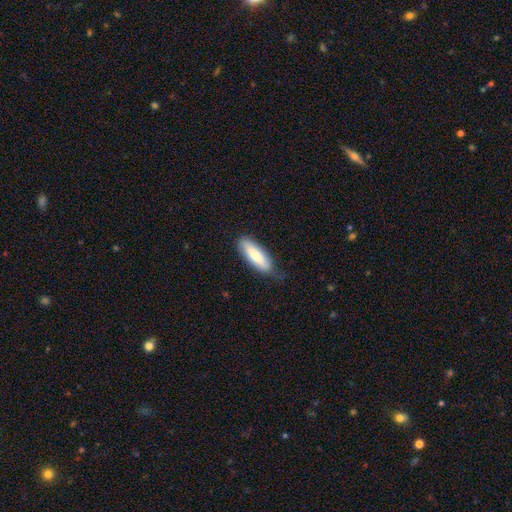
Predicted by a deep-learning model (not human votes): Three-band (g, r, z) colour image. It shows a smooth galaxy with no disk features (74%) that is in between round and cigar-shaped (61%). Merging: none (70%).